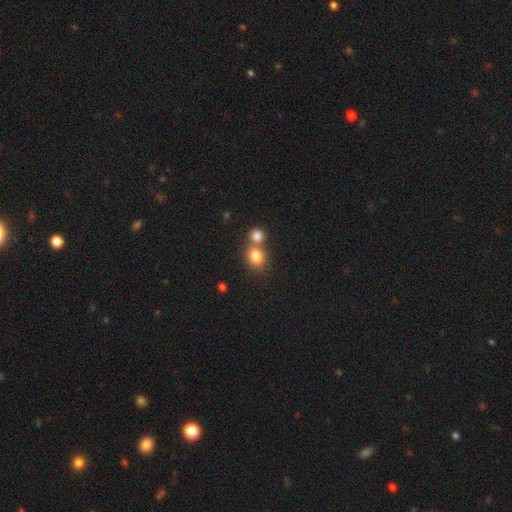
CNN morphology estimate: This appears to be a smooth galaxy with no disk features (82%) that is round (50%). Merging: merger (44%, tied with none).